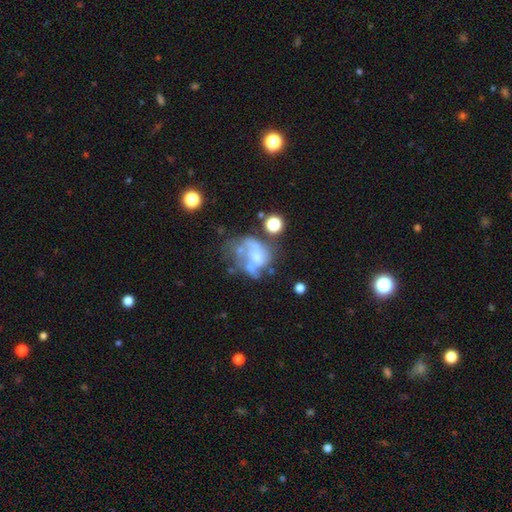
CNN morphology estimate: Smooth or featured? Predicted: featured or disk (p=0.60). Edge-on disk? Predicted: no (p=0.97). Bar? Predicted: no (p=0.64). Spiral arms? Predicted: no (p=0.65). Bulge size? Predicted: none (p=0.33). Merging? Predicted: major disturbance (p=0.36).